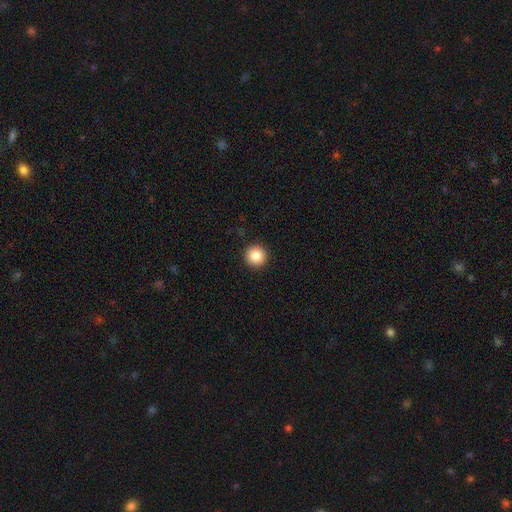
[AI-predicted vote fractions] This is clearly a smooth galaxy (86%). How rounded: clearly round (95%). Merging: clearly none (93%).